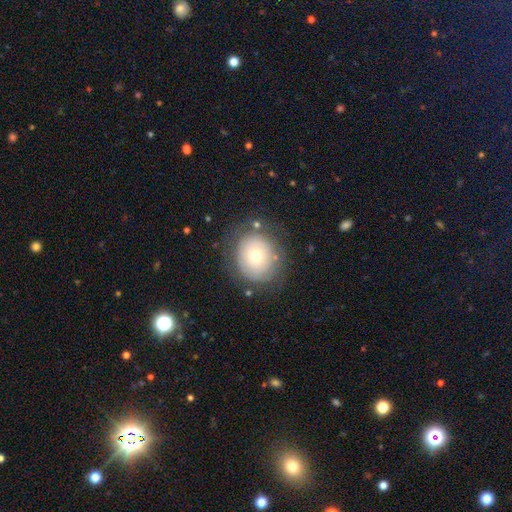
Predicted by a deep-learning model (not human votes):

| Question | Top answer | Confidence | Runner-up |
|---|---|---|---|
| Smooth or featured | smooth | 62% | featured or disk (28%) |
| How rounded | round | 77% | in between (22%) |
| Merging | none | 74% | minor disturbance (17%) |